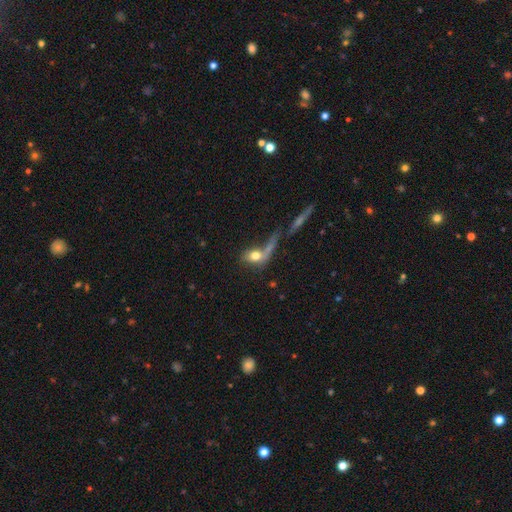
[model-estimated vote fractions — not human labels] This appears to be a smooth galaxy with no disk features (67%) that is in between round and cigar-shaped (57%). Merging: merger (34%).